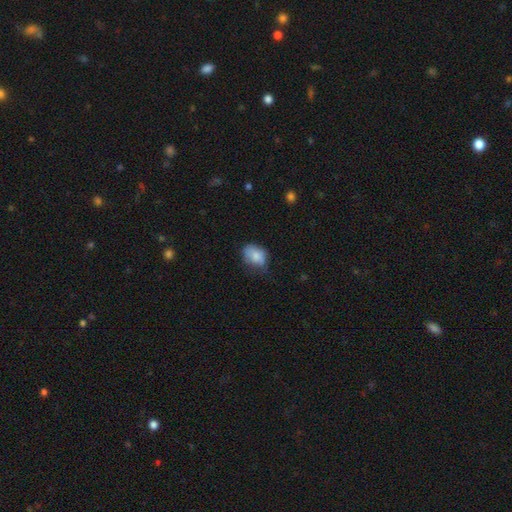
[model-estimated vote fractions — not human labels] This appears to be a smooth galaxy with no disk features (80%) that is in between round and cigar-shaped (74%). Merging: none (47%).